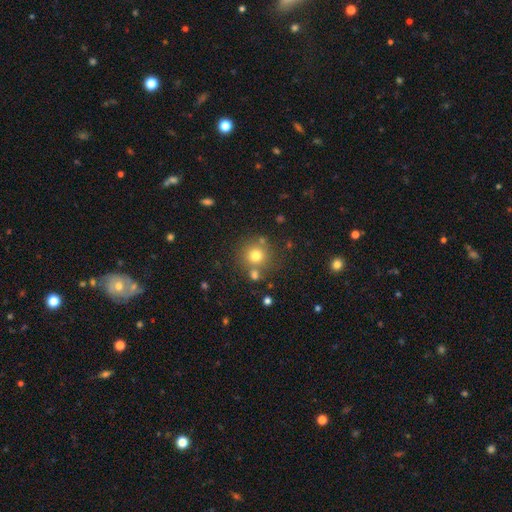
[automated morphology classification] type=smooth (75%); roundness=round (92%); merging=none (73%).